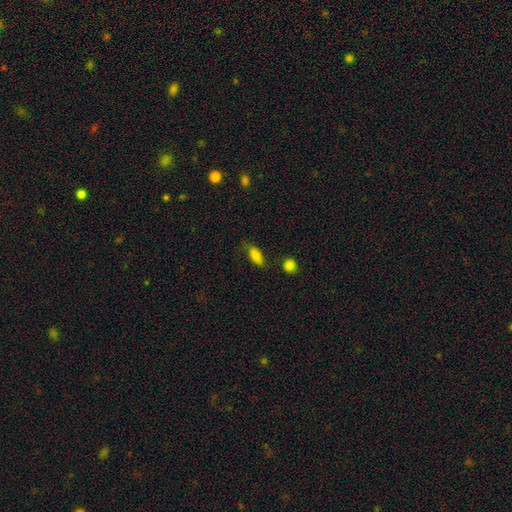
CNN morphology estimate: smooth-or-featured: smooth: 80% | featured or disk: 12% | star or artifact: 9%
  how-rounded: in between: 83% | cigar-shaped: 13% | round: 4%
  merging: none: 68% | minor disturbance: 23% | major disturbance: 7% | merger: 3%